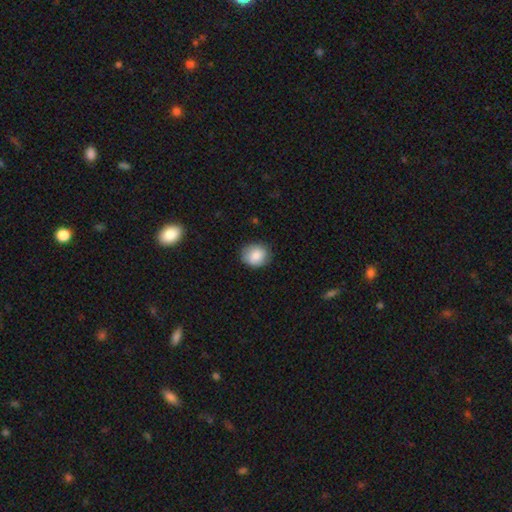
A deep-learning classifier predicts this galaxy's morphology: Smooth or featured? Predicted: smooth (p=0.86). How rounded? Predicted: round (p=0.72). Merging? Predicted: none (p=0.84).